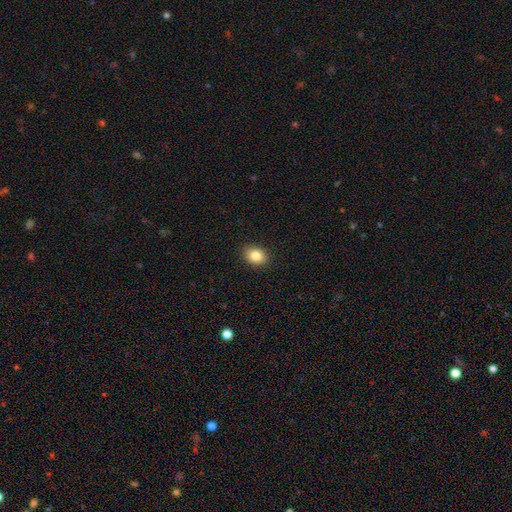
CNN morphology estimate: type=smooth (85%); roundness=in between (69%); merging=none (90%).